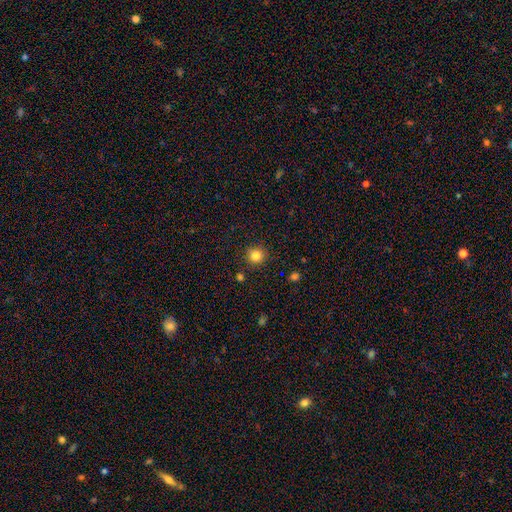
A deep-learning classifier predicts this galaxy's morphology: This appears to be a smooth galaxy with no disk features (84%) that is round (93%). Merging: none (89%).